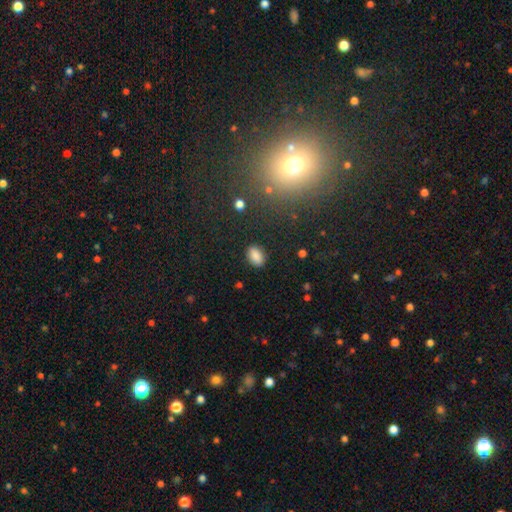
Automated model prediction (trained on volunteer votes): smooth 86%, star or artifact 9%, featured or disk 5%. Down the decision tree: how rounded — in between (86%); merging — none (87%).